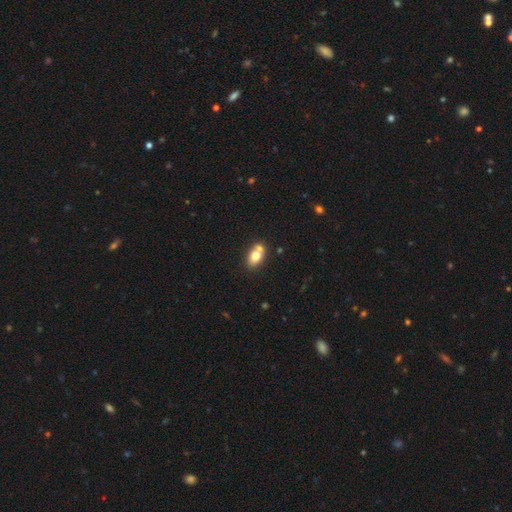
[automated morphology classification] smooth 73%, featured or disk 18%, star or artifact 9%. Down the decision tree: how rounded — in between (78%); merging — none (50%).